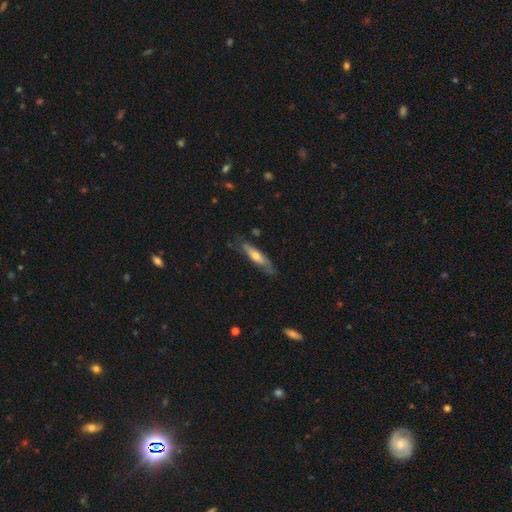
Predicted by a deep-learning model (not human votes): Morphology: type=smooth (50%); roundness=cigar-shaped (77%); merging=none (70%).